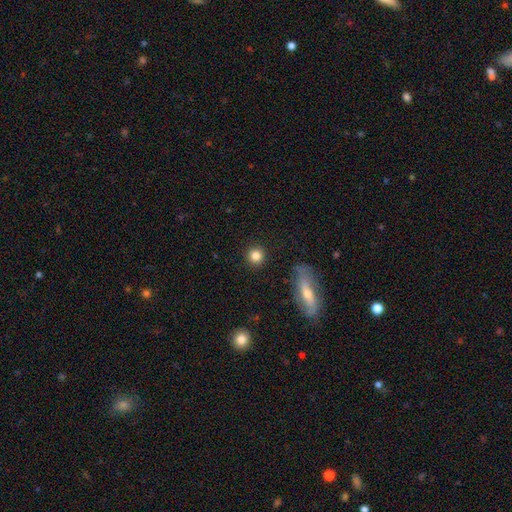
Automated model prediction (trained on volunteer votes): Q: Smooth or featured?
A: smooth (83%); runner-up: star or artifact (11%)
Q: How rounded?
A: round (94%); runner-up: in between (5%)
Q: Merging?
A: none (90%); runner-up: minor disturbance (6%)